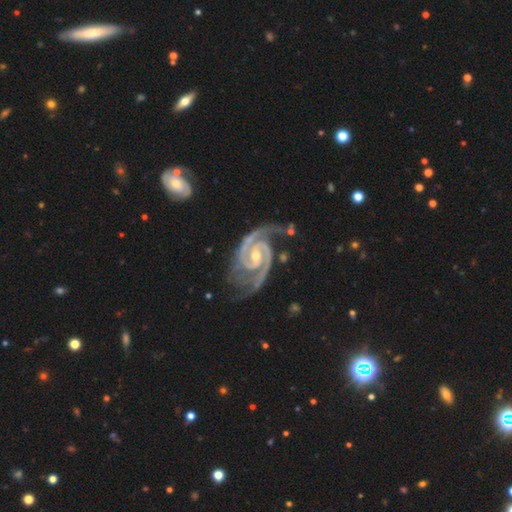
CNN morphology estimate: smooth-or-featured: featured or disk: 95% | star or artifact: 4% | smooth: 2%
  disk-edge-on: no: 98% | yes: 2%
    bar: no: 41% | weak: 38% | strong: 21%
    has-spiral-arms: yes: 99% | no: 1%
      spiral-winding: tight: 50% | medium: 44% | loose: 5%
      spiral-arm-count: 2: 88% | 3: 6% | can't tell: 2% | 4: 1% | 1: 1% | more than 4: 1%
    bulge-size: small: 50% | moderate: 46% | large: 1% | none: 1% | dominant: 1%
  merging: none: 64% | minor disturbance: 23% | major disturbance: 9% | merger: 4%